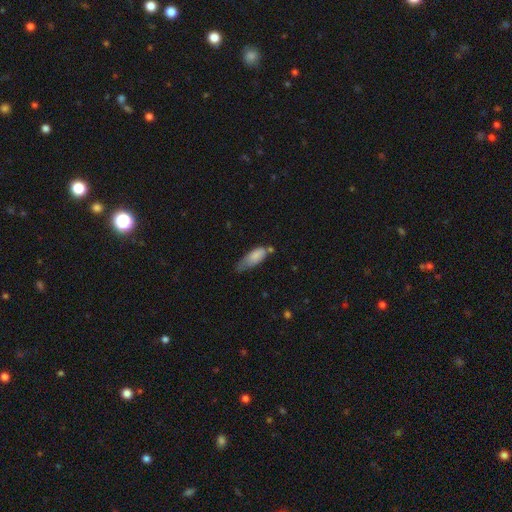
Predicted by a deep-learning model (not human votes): A smooth galaxy with no disk features (80%) that is in between round and cigar-shaped (73%). Merging: minor disturbance (43%).